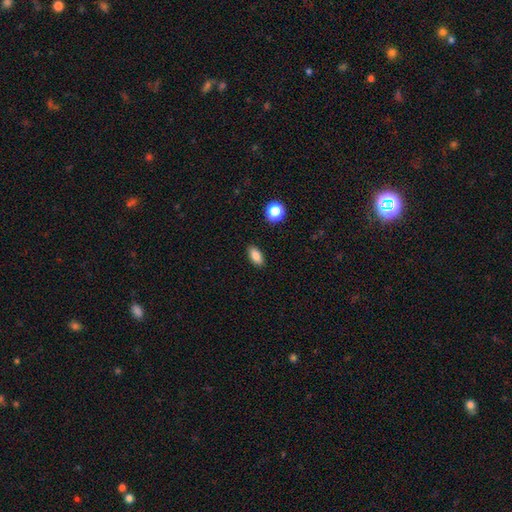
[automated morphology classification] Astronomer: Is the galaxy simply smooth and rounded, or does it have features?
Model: smooth — 84%.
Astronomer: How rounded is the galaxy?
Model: in between — 87%.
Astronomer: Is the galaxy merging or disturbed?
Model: none — 89%.